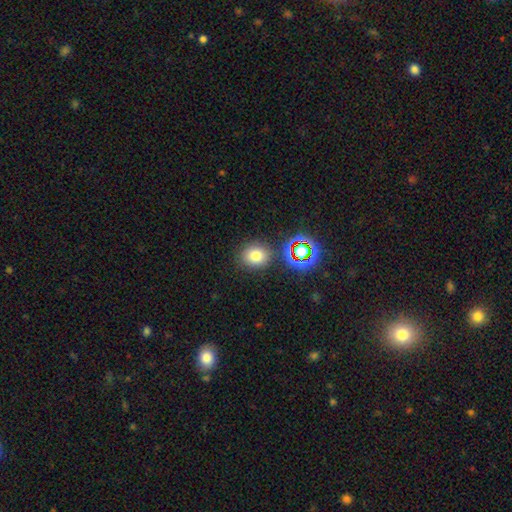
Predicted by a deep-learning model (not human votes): The model was most divided on "how rounded": round: 67%, in between: 32%, cigar-shaped: 1%. More confident: merging — none (83%); smooth or featured — smooth (73%).